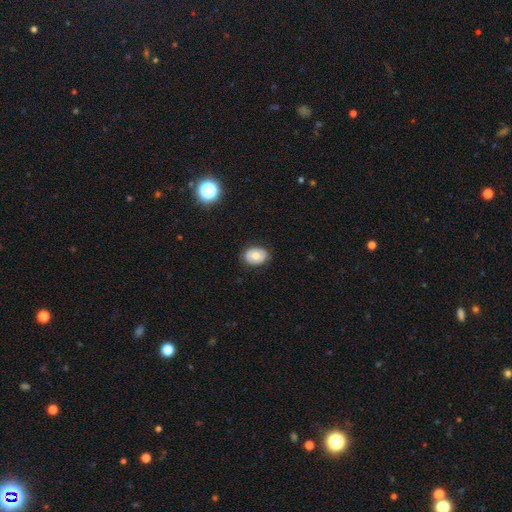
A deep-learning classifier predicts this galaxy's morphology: Smooth or featured?
  - smooth: 69% *
  - featured or disk: 22%
  - star or artifact: 9%
How rounded?
  - in between: 64% *
  - round: 35%
  - cigar-shaped: 1%
Merging?
  - none: 85% *
  - minor disturbance: 12%
  - major disturbance: 3%
  - merger: 1%